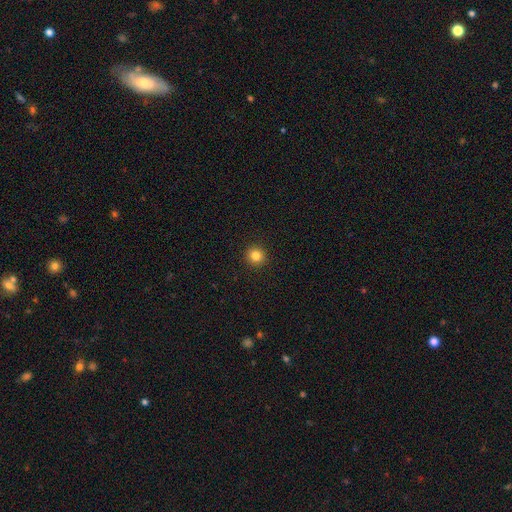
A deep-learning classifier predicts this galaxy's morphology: This is clearly a smooth galaxy (82%). How rounded: clearly round (95%). Merging: clearly none (93%).